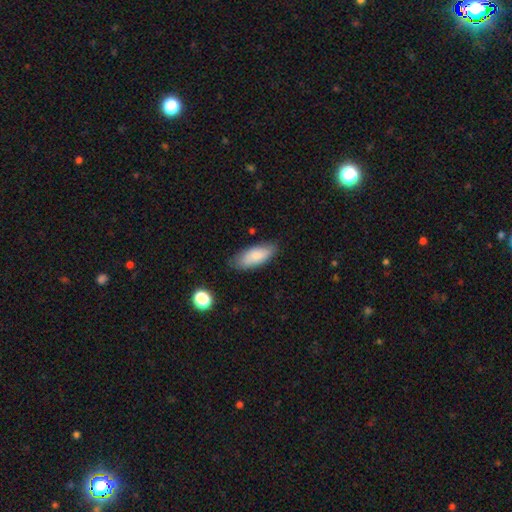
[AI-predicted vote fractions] Overall: smooth (80%). How rounded: in between (79%). Merging: none (74%).